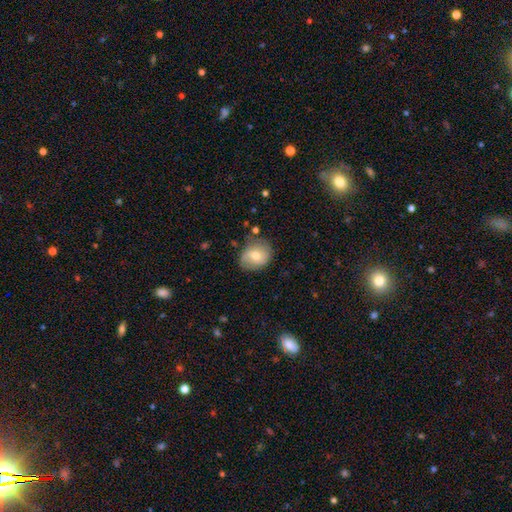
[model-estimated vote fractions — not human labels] smooth 55%, featured or disk 37%, star or artifact 8%. Down the decision tree: how rounded — round (56%); merging — none (66%).